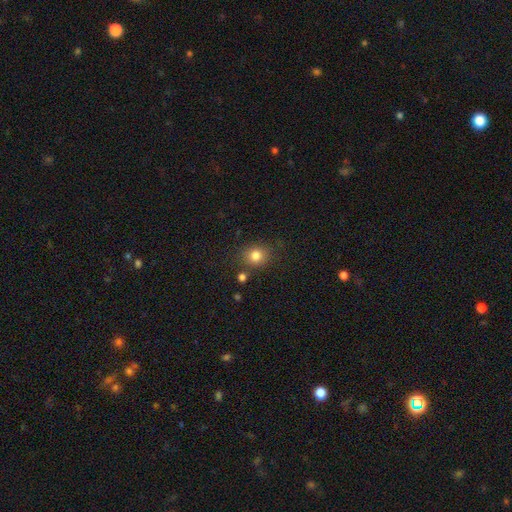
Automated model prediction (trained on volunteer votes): A smooth galaxy with no disk features (81%) that is round (75%).

Vote fractions:
- Smooth or featured? smooth: 81% / star or artifact: 12% / featured or disk: 7%
- How rounded? round: 75% / in between: 24% / cigar-shaped: 1%
- Merging? none: 78% / minor disturbance: 12% / merger: 6% / major disturbance: 4%